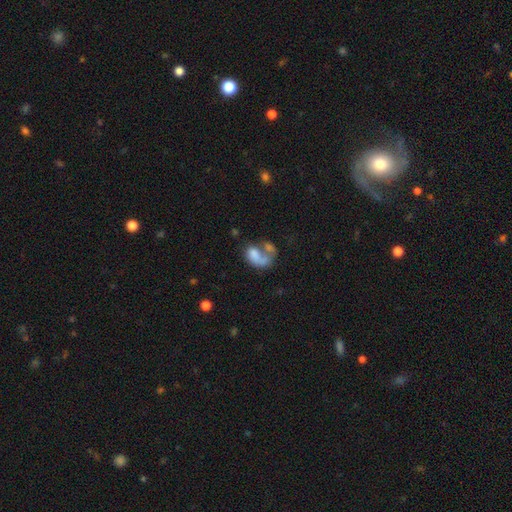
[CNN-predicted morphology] Smooth or featured?
  - smooth: 55% *
  - featured or disk: 36%
  - star or artifact: 9%
How rounded?
  - in between: 81% *
  - round: 18%
  - cigar-shaped: 2%
Merging?
  - merger: 40% *
  - major disturbance: 32%
  - none: 17%
  - minor disturbance: 11%